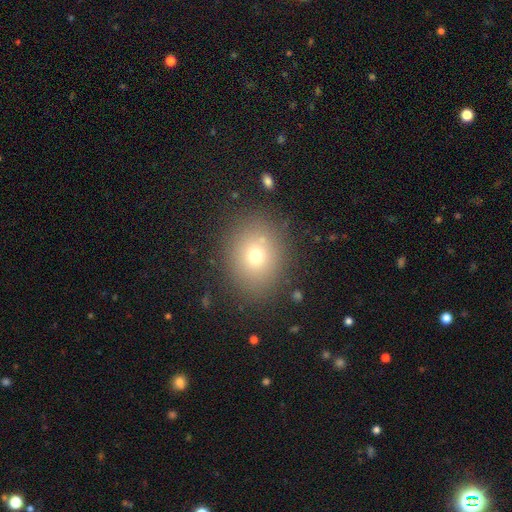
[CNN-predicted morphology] A smooth galaxy with no disk features (69%) that is round (65%). Merging: none (83%).